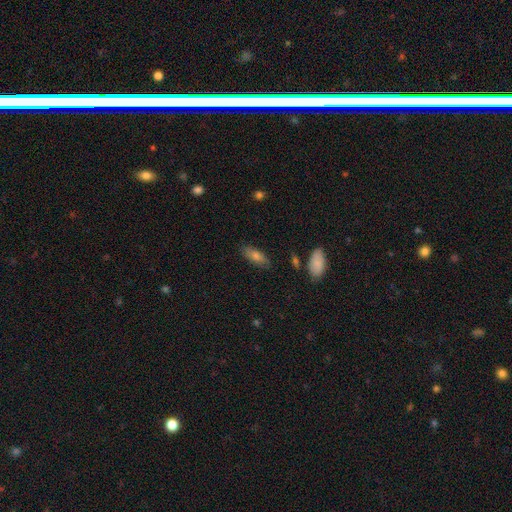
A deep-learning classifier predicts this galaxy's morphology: Smooth or featured? Predicted: smooth (p=0.71). How rounded? Predicted: in between (p=0.70). Merging? Predicted: none (p=0.83).